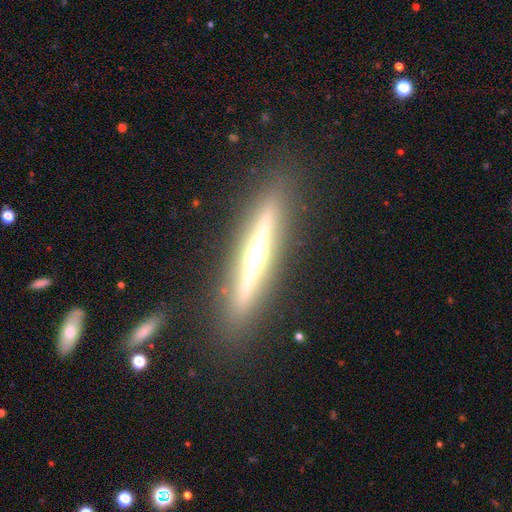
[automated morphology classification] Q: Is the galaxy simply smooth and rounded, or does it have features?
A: featured or disk — 79%.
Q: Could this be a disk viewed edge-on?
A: yes — 97%.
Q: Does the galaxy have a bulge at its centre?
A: rounded — 88%.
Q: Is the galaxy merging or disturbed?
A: none — 89%.